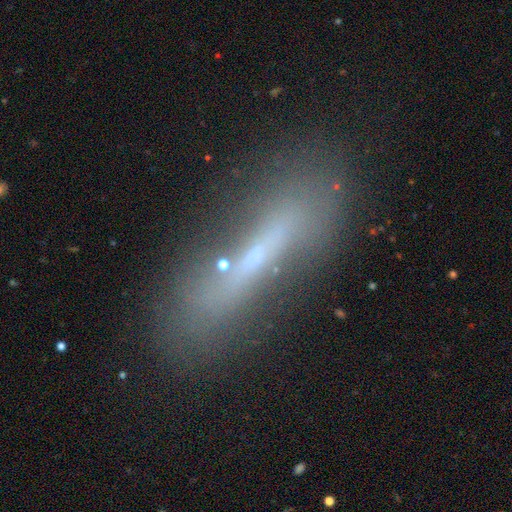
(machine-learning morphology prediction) featured or disk 45%, smooth 42%, star or artifact 13%. Down the decision tree: merging — none (67%).